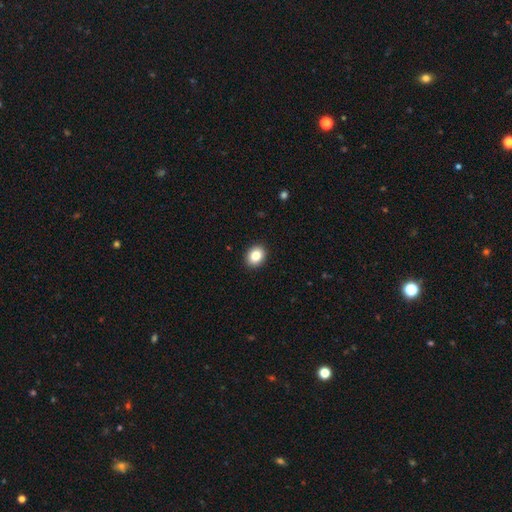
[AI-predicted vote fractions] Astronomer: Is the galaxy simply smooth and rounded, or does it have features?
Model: smooth — 84%.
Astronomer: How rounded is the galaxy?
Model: round — 51% (runner-up: in between, 48%).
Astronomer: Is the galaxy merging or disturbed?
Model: none — 92%.